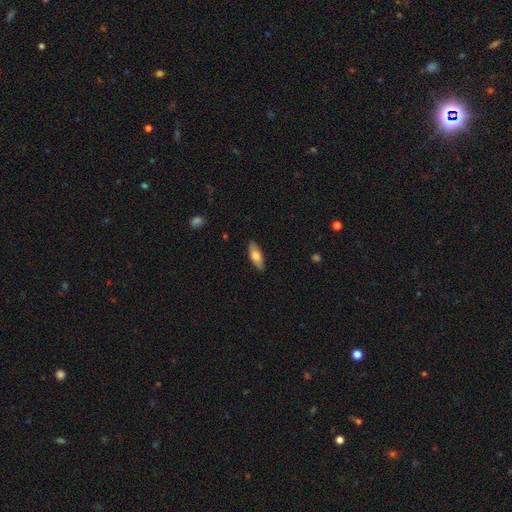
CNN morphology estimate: Overall: smooth (69%). How rounded: in between (72%). Merging: none (87%).